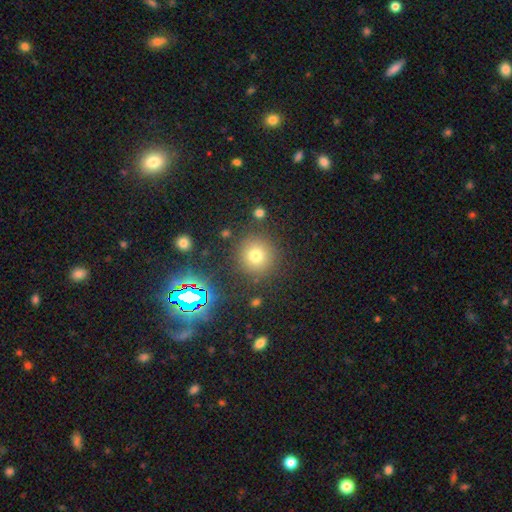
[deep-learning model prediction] Smooth or featured? Predicted: smooth (p=0.71). How rounded? Predicted: round (p=0.93). Merging? Predicted: none (p=0.86).